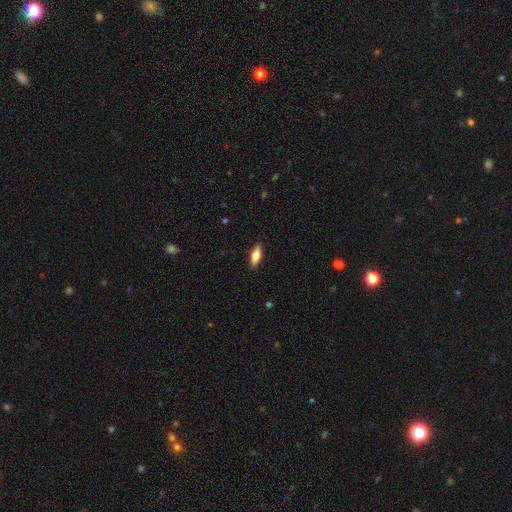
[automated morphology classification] A smooth galaxy with no disk features (66%) that is in between round and cigar-shaped (66%).

Vote fractions:
- Smooth or featured? smooth: 66% / featured or disk: 27% / star or artifact: 7%
- How rounded? in between: 66% / cigar-shaped: 32% / round: 3%
- Merging? none: 89% / minor disturbance: 8% / major disturbance: 2% / merger: 1%